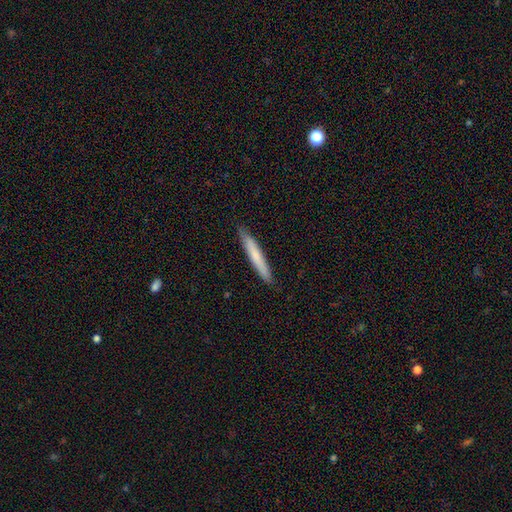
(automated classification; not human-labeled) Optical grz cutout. It shows a smooth galaxy with no disk features (69%) that is cigar-shaped (96%). Merging: none (90%).